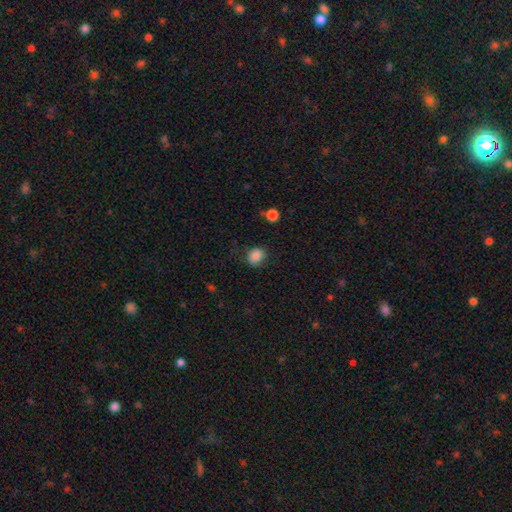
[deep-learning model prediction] This appears to be a smooth galaxy with no disk features (85%) that is round (60%). Merging: none (74%).